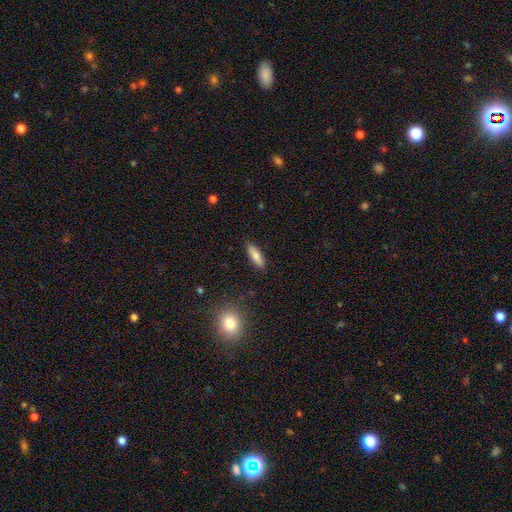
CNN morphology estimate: This appears to be a smooth galaxy with no disk features (78%) that is in between round and cigar-shaped (50%). Merging: none (88%).